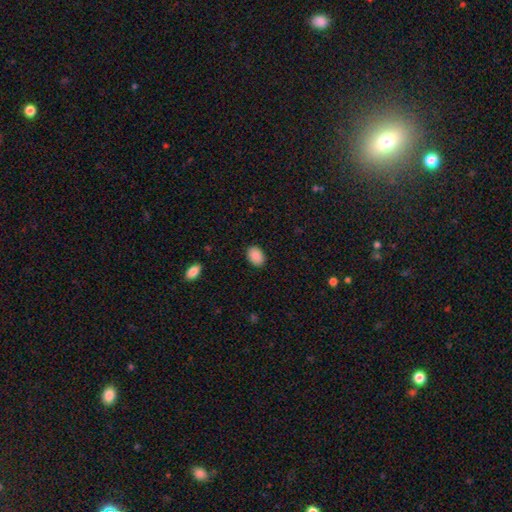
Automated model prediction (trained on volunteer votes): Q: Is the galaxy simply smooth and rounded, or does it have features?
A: smooth — 90%.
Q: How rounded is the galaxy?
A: in between — 78%.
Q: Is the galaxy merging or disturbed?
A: none — 88%.